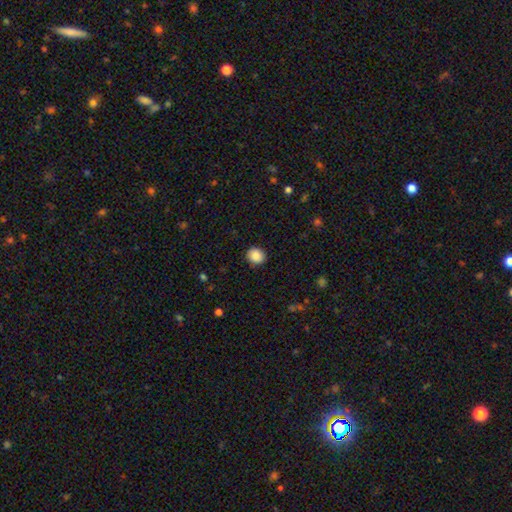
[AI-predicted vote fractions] A smooth galaxy with no disk features (89%) that is round (80%).

Vote fractions:
- Smooth or featured? smooth: 89% / star or artifact: 9% / featured or disk: 3%
- How rounded? round: 80% / in between: 19% / cigar-shaped: 1%
- Merging? none: 90% / minor disturbance: 7% / major disturbance: 2% / merger: 1%